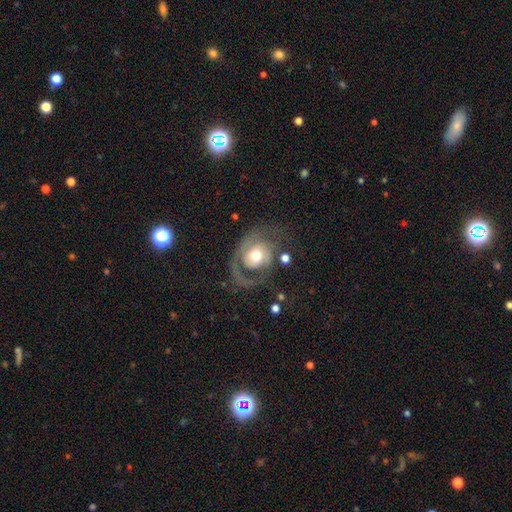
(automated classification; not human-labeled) featured or disk 69%, smooth 25%, star or artifact 7%. Down the decision tree: edge-on disk — no (97%); bar — no (74%); spiral arms — yes (81%); spiral arm count — 1 (44%); spiral winding — medium (41%); bulge size — moderate (65%); merging — none (41%).